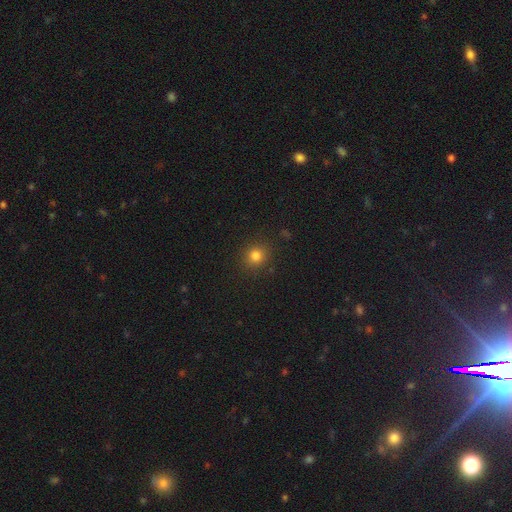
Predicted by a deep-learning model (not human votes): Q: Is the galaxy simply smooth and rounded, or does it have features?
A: smooth — 80%.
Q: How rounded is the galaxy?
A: round — 84%.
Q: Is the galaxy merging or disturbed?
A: none — 88%.